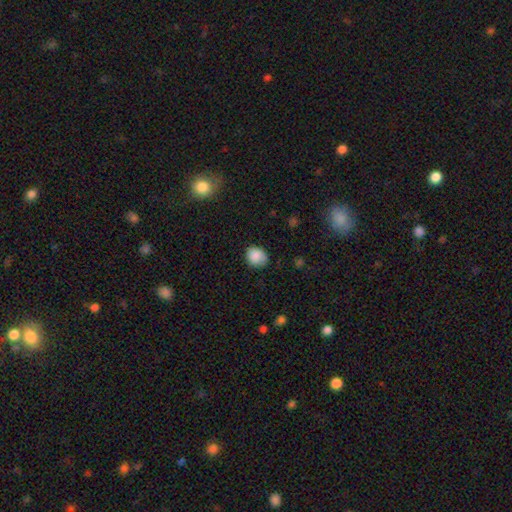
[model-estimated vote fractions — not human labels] A smooth galaxy with no disk features (86%) that is round (67%). Merging: none (74%).